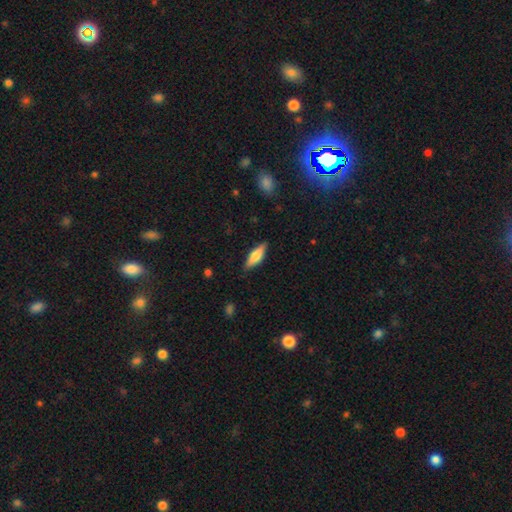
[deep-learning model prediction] A smooth galaxy with no disk features (57%) that is cigar-shaped (52%). Merging: none (85%).